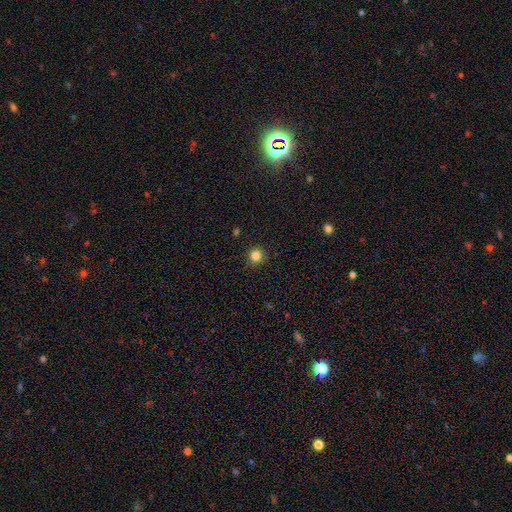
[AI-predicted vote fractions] Smooth or featured: smooth — 83% (star or artifact — 12%)
How rounded: round — 92% (in between — 7%)
Merging: none — 90% (minor disturbance — 7%)